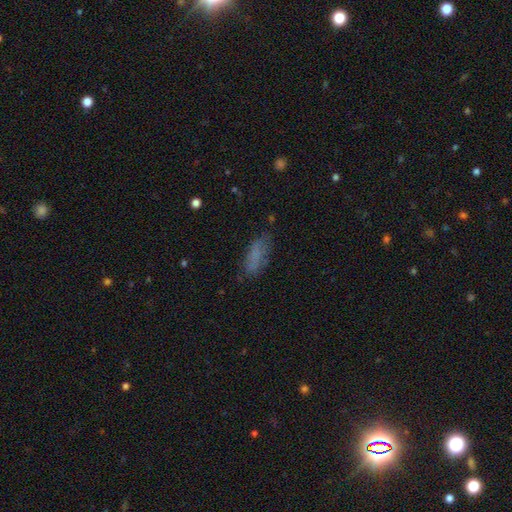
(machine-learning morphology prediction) smooth 74%, featured or disk 15%, star or artifact 11%. Down the decision tree: how rounded — in between (66%); merging — none (69%).